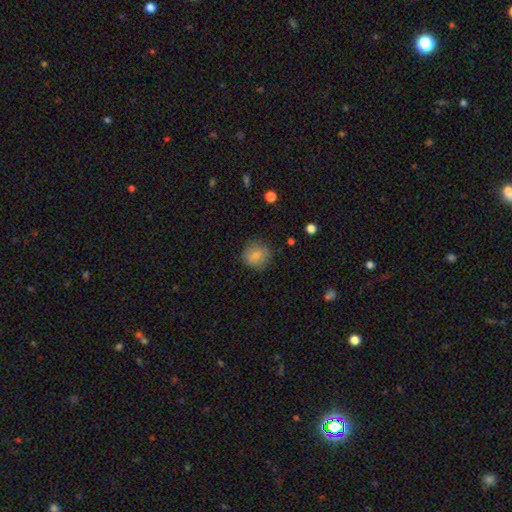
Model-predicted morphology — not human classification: smooth-or-featured: smooth: 82% | featured or disk: 10% | star or artifact: 8%
  how-rounded: round: 85% | in between: 14% | cigar-shaped: 1%
  merging: none: 80% | minor disturbance: 15% | major disturbance: 4% | merger: 1%